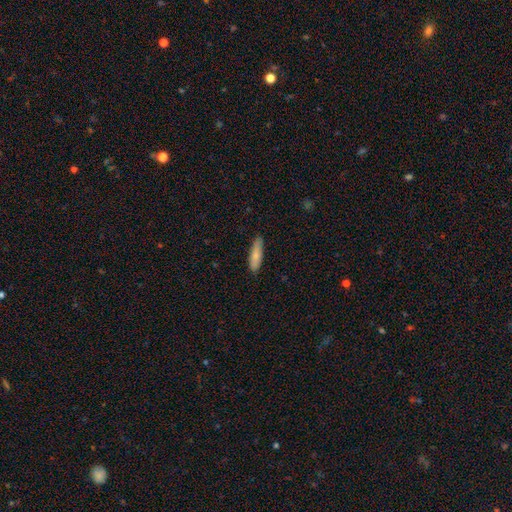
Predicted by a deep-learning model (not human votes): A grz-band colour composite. It shows a smooth galaxy with no disk features (76%) that is cigar-shaped (62%). Merging: none (82%).